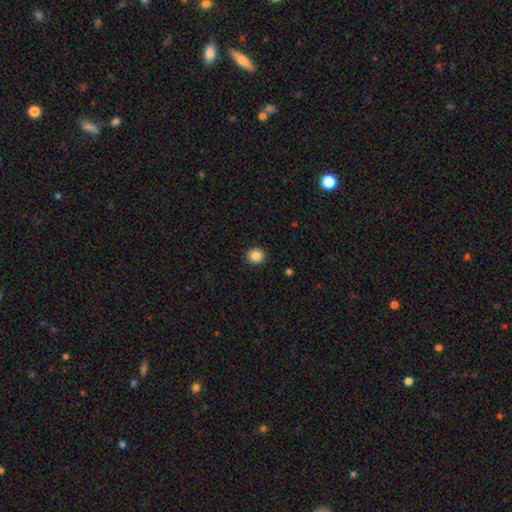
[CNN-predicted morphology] A smooth galaxy with no disk features (86%) that is round (84%).

Vote fractions:
- Smooth or featured? smooth: 86% / star or artifact: 10% / featured or disk: 4%
- How rounded? round: 84% / in between: 15% / cigar-shaped: 1%
- Merging? none: 91% / minor disturbance: 6% / major disturbance: 2% / merger: 1%